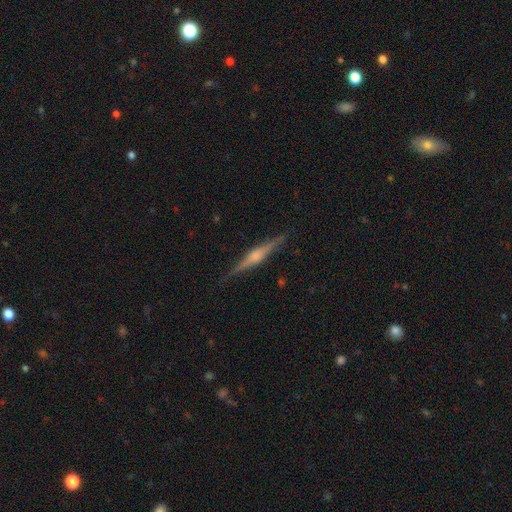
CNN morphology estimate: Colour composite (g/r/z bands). It shows a featured or disk galaxy (78%) viewed edge-on (98%) with a rounded central bulge (80%). Merging: none (90%).